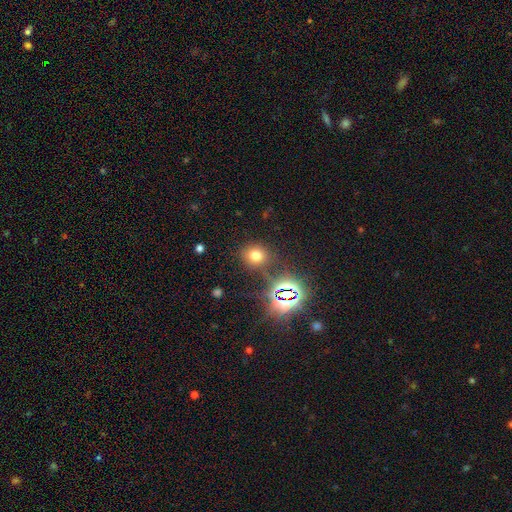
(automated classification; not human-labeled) Smooth or featured? Predicted: smooth (p=0.65). How rounded? Predicted: round (p=0.76). Merging? Predicted: none (p=0.78).